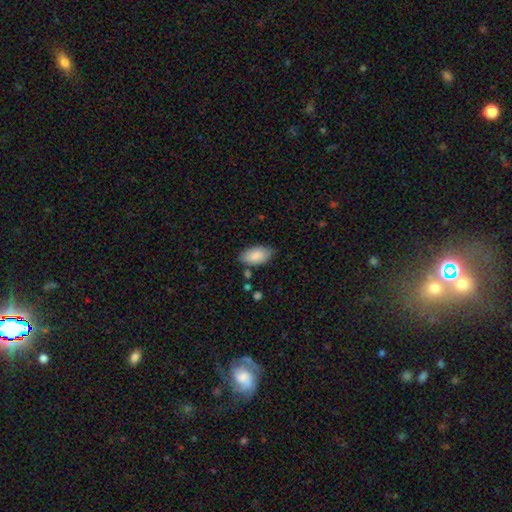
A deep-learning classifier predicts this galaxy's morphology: This is clearly a smooth galaxy (86%). How rounded: clearly in between (94%). Merging: likely none (74%).